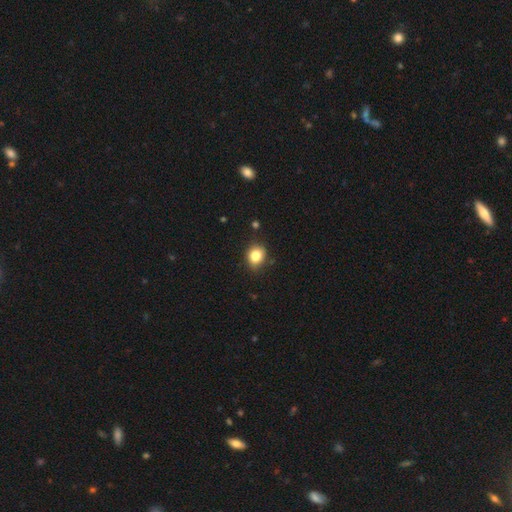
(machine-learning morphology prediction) This appears to be a smooth galaxy with no disk features (83%) that is round (64%). Merging: none (83%).